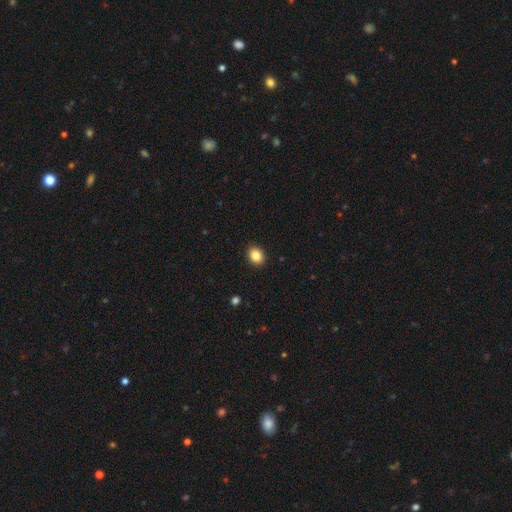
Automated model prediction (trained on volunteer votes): Morphology: type=smooth (85%); roundness=in between (53%); merging=none (91%).